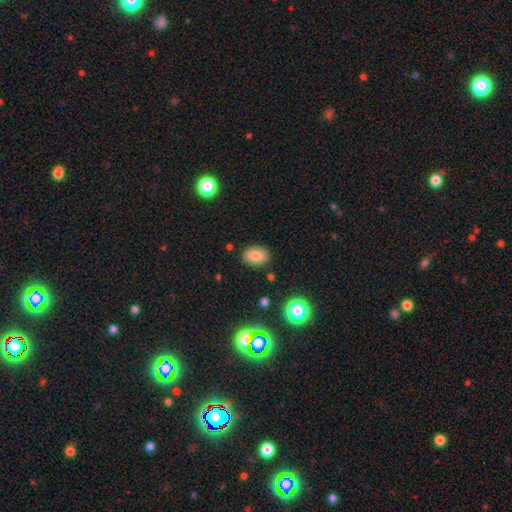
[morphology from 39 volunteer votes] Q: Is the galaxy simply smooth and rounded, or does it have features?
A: smooth — 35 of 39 (90%).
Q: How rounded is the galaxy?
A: in between — 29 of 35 (83%).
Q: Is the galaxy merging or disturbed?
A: none — 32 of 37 (86%).